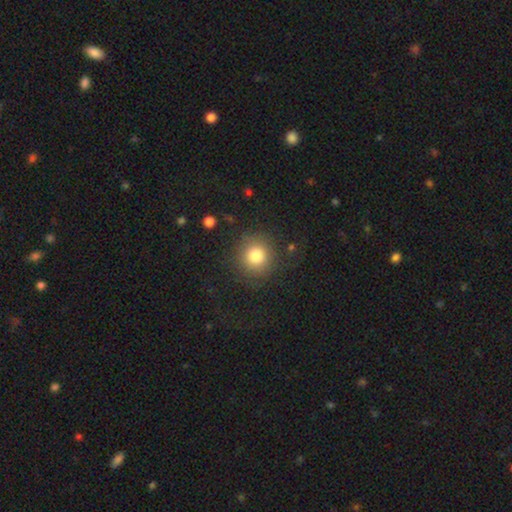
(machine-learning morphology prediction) Q: Smooth or featured?
A: smooth (80%); runner-up: star or artifact (12%)
Q: How rounded?
A: round (92%); runner-up: in between (7%)
Q: Merging?
A: none (84%); runner-up: minor disturbance (9%)